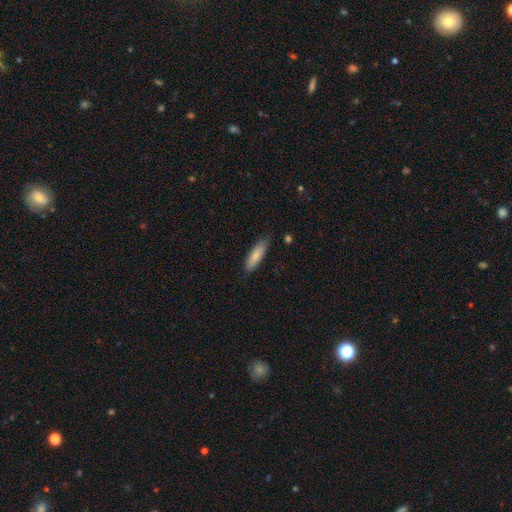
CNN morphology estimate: smooth-or-featured: smooth: 83% | featured or disk: 11% | star or artifact: 6%
  how-rounded: cigar-shaped: 55% | in between: 43% | round: 2%
  merging: none: 79% | minor disturbance: 17% | major disturbance: 3% | merger: 2%